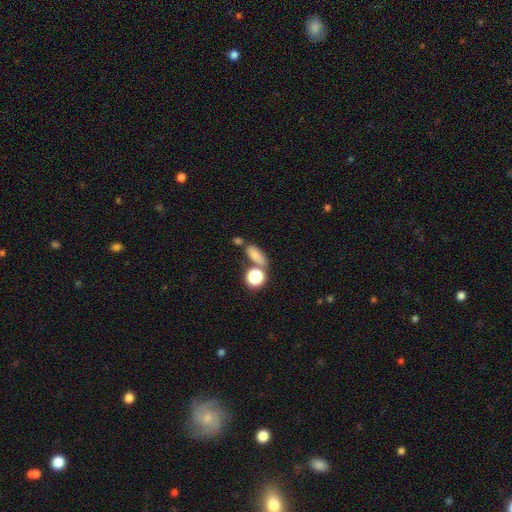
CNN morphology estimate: Smooth or featured? smooth (76%)
How rounded? in between (71%)
Merging? none (59%)